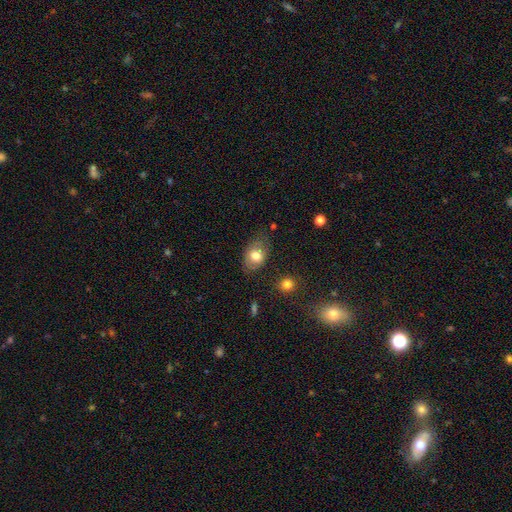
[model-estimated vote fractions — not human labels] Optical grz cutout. It shows a smooth galaxy with no disk features (75%) that is in between round and cigar-shaped (75%). Merging: none (71%).